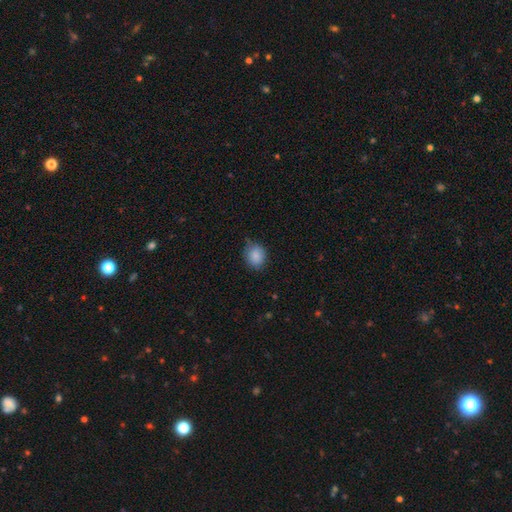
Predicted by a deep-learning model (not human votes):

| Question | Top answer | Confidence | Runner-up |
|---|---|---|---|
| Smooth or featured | smooth | 87% | star or artifact (8%) |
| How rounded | round | 65% | in between (34%) |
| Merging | none | 72% | minor disturbance (23%) |